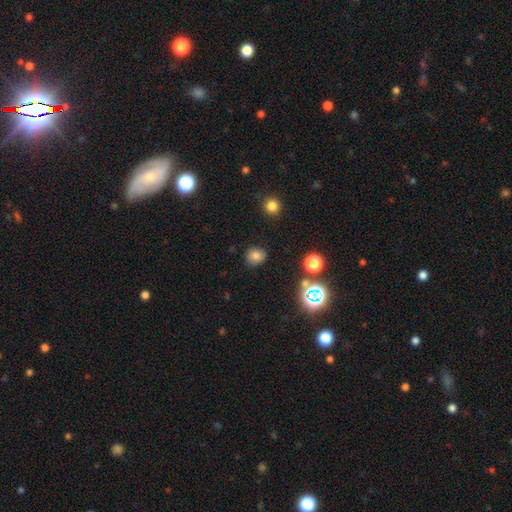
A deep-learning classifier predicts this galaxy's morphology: Smooth or featured: smooth — 74% (star or artifact — 17%)
How rounded: round — 75% (in between — 24%)
Merging: none — 82% (minor disturbance — 13%)